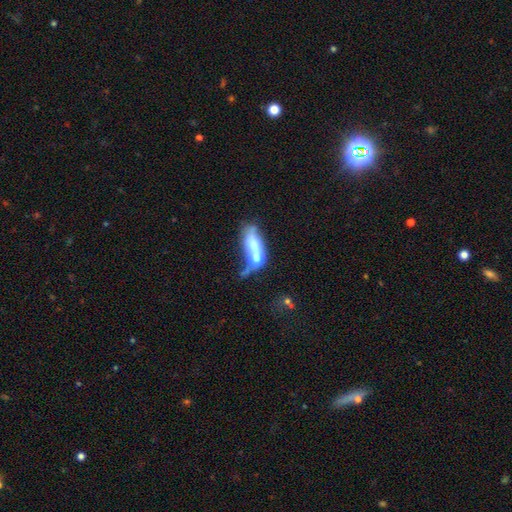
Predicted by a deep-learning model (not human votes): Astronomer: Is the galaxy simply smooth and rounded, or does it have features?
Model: smooth — 55% (runner-up: featured or disk, 36%).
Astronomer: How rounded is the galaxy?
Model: in between — 70%.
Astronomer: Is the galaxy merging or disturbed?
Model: merger — 59%.